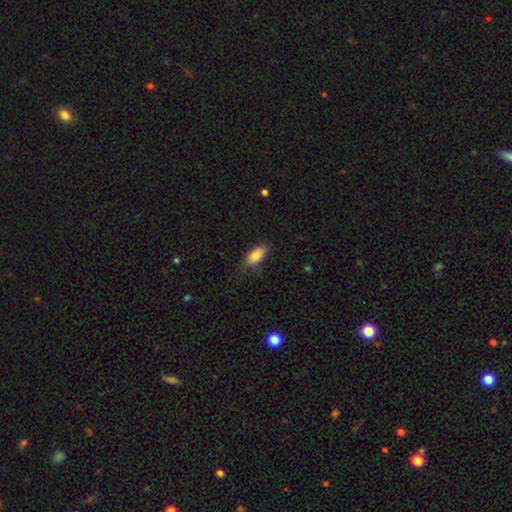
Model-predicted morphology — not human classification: A smooth galaxy with no disk features (84%) that is in between round and cigar-shaped (87%).

Vote fractions:
- Smooth or featured? smooth: 84% / featured or disk: 8% / star or artifact: 7%
- How rounded? in between: 87% / cigar-shaped: 10% / round: 3%
- Merging? none: 71% / minor disturbance: 22% / major disturbance: 5% / merger: 1%